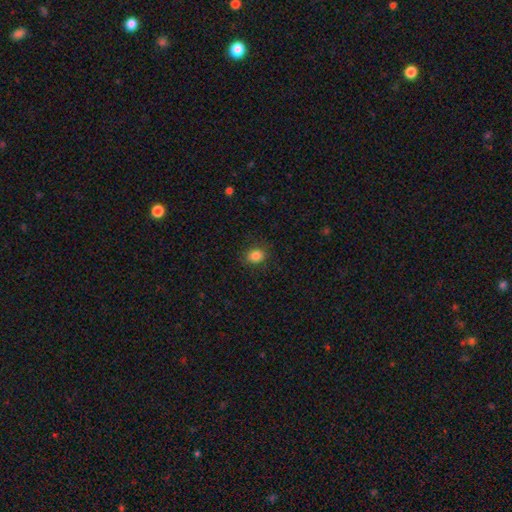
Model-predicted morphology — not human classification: Overall: smooth (85%). How rounded: round (56%; in between 43%). Merging: none (86%).